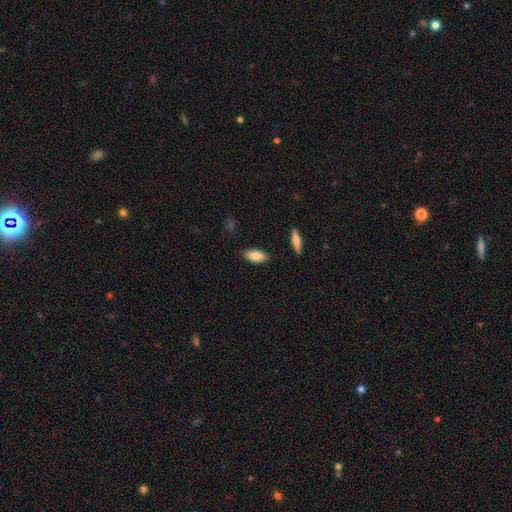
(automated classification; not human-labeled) Smooth or featured? Predicted: smooth (p=0.81). How rounded? Predicted: in between (p=0.86). Merging? Predicted: none (p=0.86).